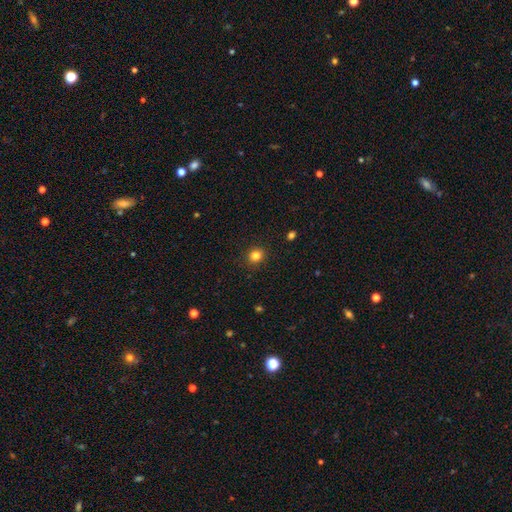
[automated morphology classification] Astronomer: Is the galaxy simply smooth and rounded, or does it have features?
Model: smooth — 83%.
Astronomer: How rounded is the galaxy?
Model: round — 84%.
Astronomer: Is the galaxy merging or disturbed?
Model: none — 91%.